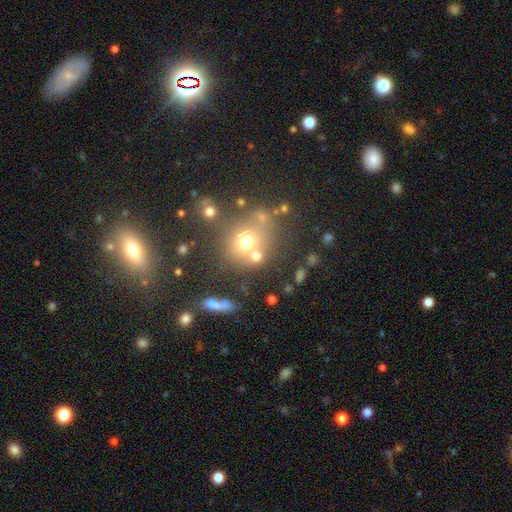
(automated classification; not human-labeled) The model was most divided on "merging": none: 52%, merger: 29%, minor disturbance: 11%, major disturbance: 7%. More confident: how rounded — round (79%); smooth or featured — smooth (66%).